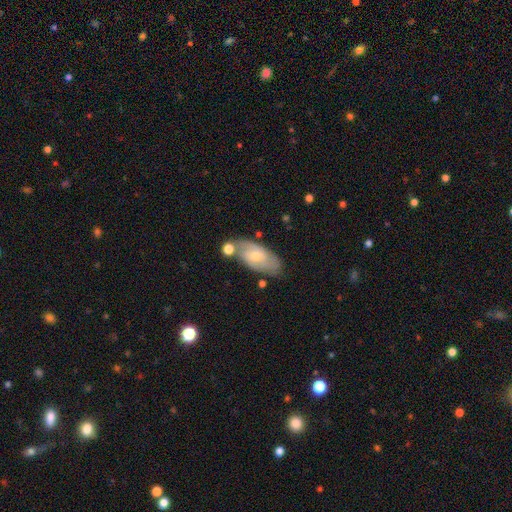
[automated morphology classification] Overall: featured or disk (61%; smooth 32%). Edge-on disk: no (89%). Bar: no (62%; weak 32%). Spiral arms: yes (79%). Bulge size: small (51%; moderate 44%). Merging: none (63%).